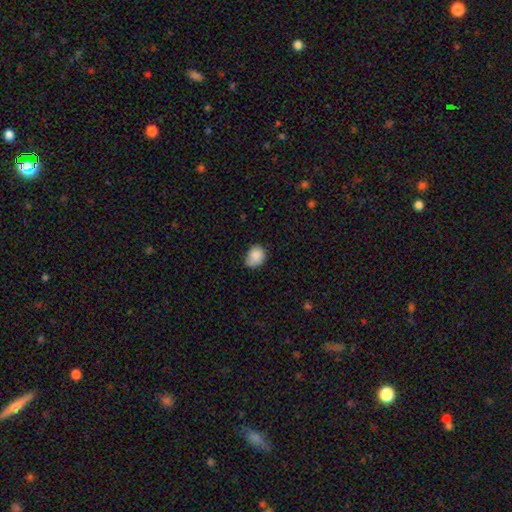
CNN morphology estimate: smooth-or-featured: smooth: 86% | star or artifact: 8% | featured or disk: 6%
  how-rounded: round: 52% | in between: 47% | cigar-shaped: 1%
  merging: none: 51% | minor disturbance: 37% | major disturbance: 8% | merger: 3%